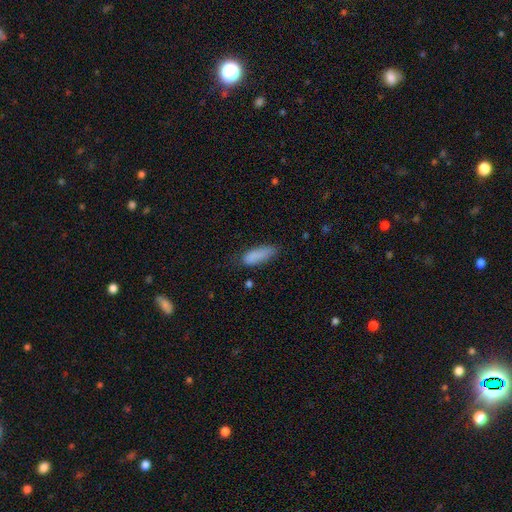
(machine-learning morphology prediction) Smooth or featured?
  - smooth: 86% *
  - star or artifact: 8%
  - featured or disk: 7%
How rounded?
  - in between: 65% *
  - cigar-shaped: 33%
  - round: 2%
Merging?
  - none: 62% *
  - minor disturbance: 27%
  - major disturbance: 8%
  - merger: 2%